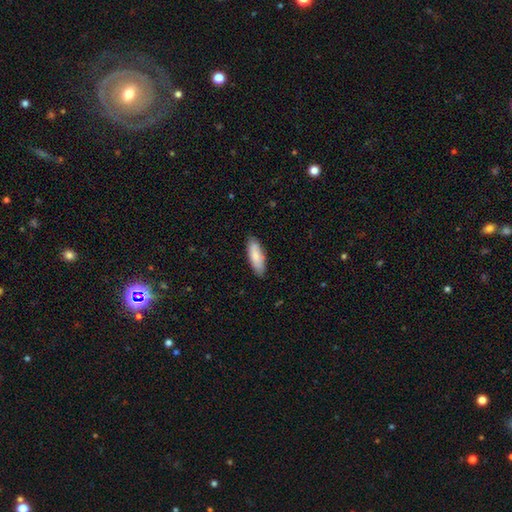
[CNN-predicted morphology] This appears to be a smooth galaxy with no disk features (83%) that is in between round and cigar-shaped (64%). Merging: none (86%).